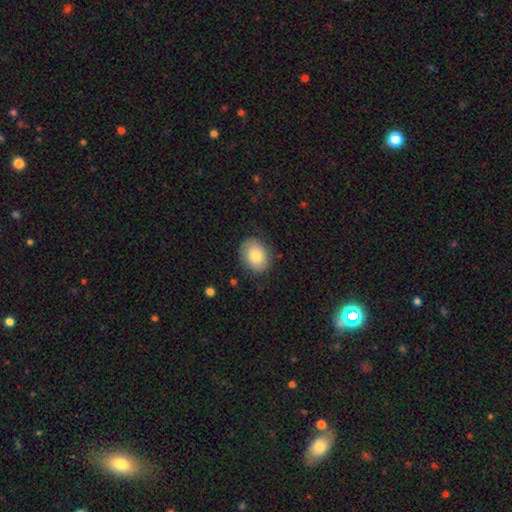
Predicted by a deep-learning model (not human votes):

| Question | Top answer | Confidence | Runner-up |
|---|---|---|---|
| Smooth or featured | smooth | 75% | featured or disk (18%) |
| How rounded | in between | 58% | round (41%) |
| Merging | none | 80% | minor disturbance (14%) |